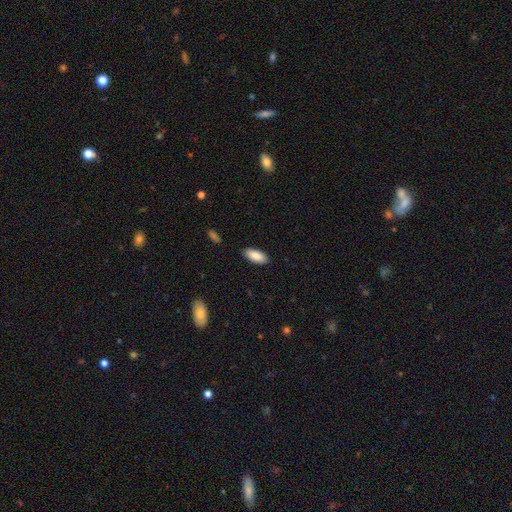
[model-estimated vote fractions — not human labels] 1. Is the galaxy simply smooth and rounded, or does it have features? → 88% smooth, 6% featured or disk, 6% star or artifact.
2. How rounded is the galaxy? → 86% in between, 12% cigar-shaped, 2% round.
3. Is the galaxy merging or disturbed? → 88% none, 9% minor disturbance, 2% major disturbance, 1% merger.